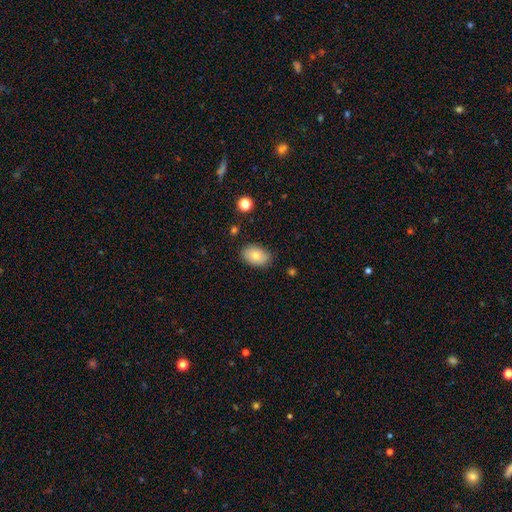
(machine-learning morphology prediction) smooth_or_featured: smooth (p=0.79) [alt: featured or disk p=0.14]
how_rounded: in between (p=0.87) [alt: round p=0.12]
merging: none (p=0.81) [alt: minor disturbance p=0.15]